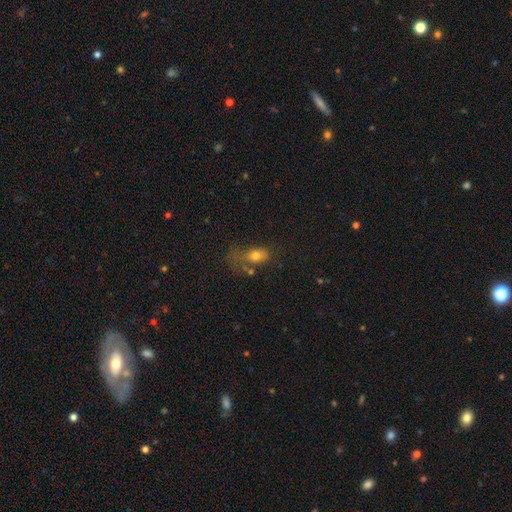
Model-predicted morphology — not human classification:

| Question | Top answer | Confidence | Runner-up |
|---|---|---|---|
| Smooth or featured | smooth | 72% | featured or disk (16%) |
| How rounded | in between | 78% | round (18%) |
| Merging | none | 33% | major disturbance (29%) |